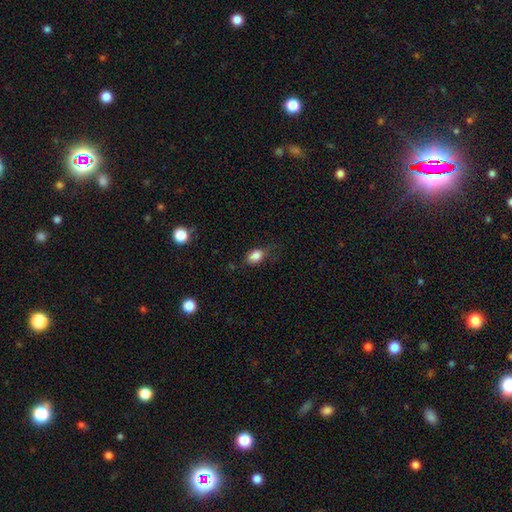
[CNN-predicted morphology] Overall: smooth (84%). How rounded: in between (78%). Merging: none (54%; minor disturbance 31%).